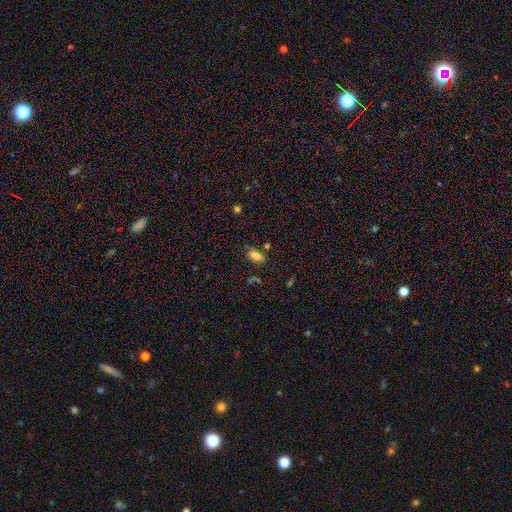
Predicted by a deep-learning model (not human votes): Morphology: type=smooth (80%); roundness=in between (87%); merging=none (72%).